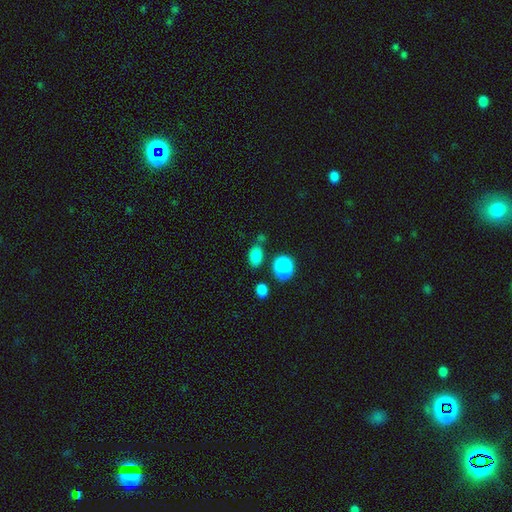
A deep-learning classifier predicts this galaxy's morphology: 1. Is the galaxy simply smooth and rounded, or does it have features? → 81% smooth, 13% star or artifact, 6% featured or disk.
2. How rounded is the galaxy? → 79% in between, 19% round, 2% cigar-shaped.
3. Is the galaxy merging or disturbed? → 69% none, 16% minor disturbance, 11% merger, 5% major disturbance.